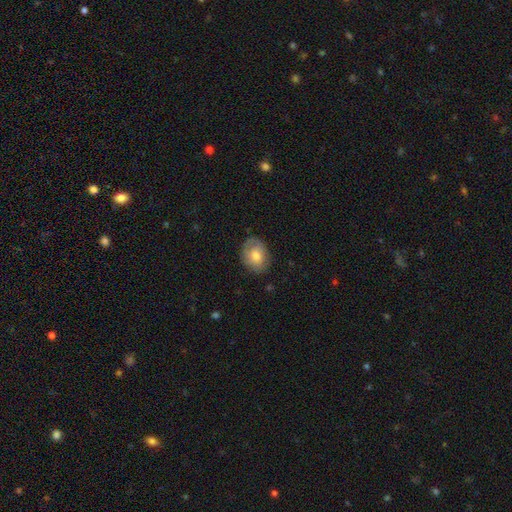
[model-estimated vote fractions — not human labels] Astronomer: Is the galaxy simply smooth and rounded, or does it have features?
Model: smooth — 74%.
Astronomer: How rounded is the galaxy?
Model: in between — 57% (runner-up: round, 42%).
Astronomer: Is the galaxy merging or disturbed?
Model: none — 75%.